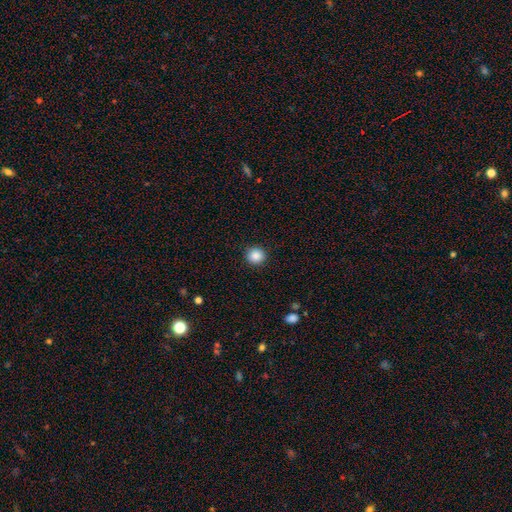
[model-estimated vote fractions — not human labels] Smooth or featured? Predicted: smooth (p=0.88). How rounded? Predicted: round (p=0.93). Merging? Predicted: none (p=0.92).